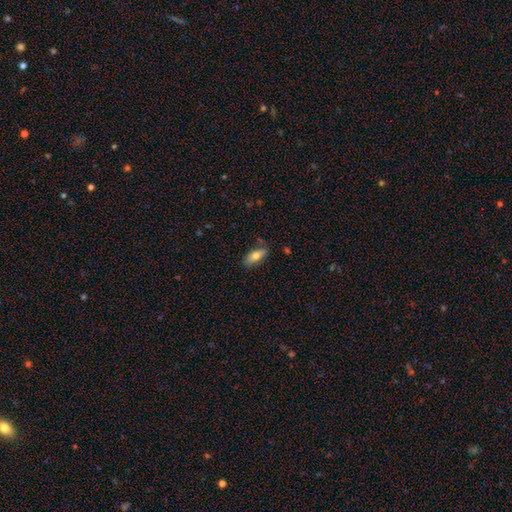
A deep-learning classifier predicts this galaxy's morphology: This appears to be a smooth galaxy with no disk features (72%) that is in between round and cigar-shaped (78%). Merging: none (77%).